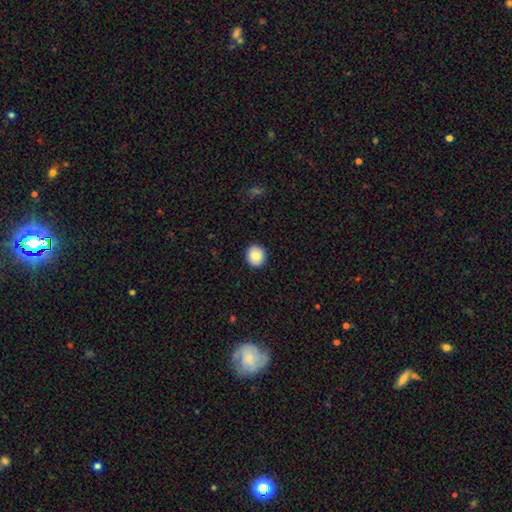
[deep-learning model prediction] A smooth galaxy with no disk features (86%) that is round (85%). Merging: none (92%).